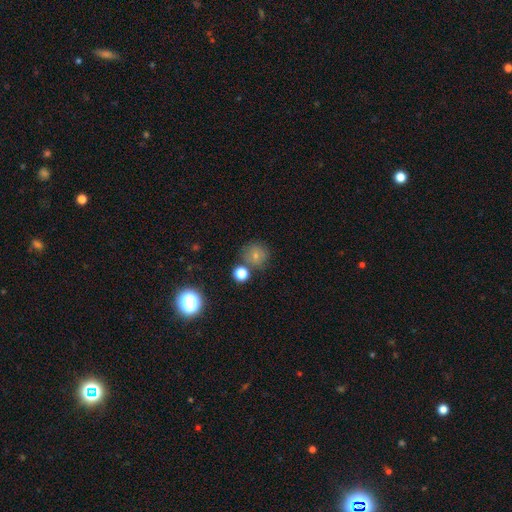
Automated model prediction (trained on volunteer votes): Smooth or featured?
  - smooth: 71% *
  - star or artifact: 16%
  - featured or disk: 13%
How rounded?
  - round: 91% *
  - in between: 8%
  - cigar-shaped: 1%
Merging?
  - none: 71% *
  - merger: 13%
  - minor disturbance: 12%
  - major disturbance: 4%